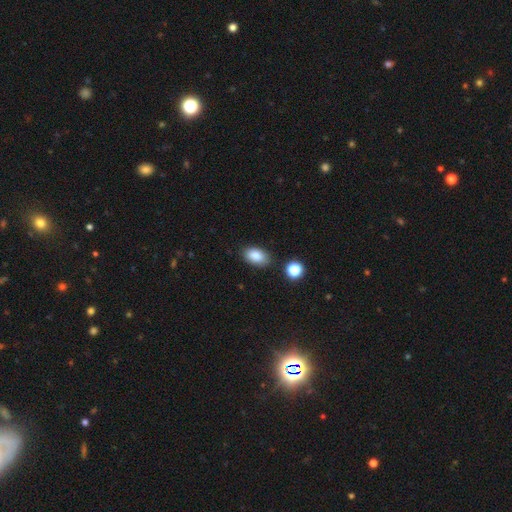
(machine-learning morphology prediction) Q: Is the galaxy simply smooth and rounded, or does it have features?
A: smooth — 87%.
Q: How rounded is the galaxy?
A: in between — 91%.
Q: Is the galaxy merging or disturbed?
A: none — 83%.